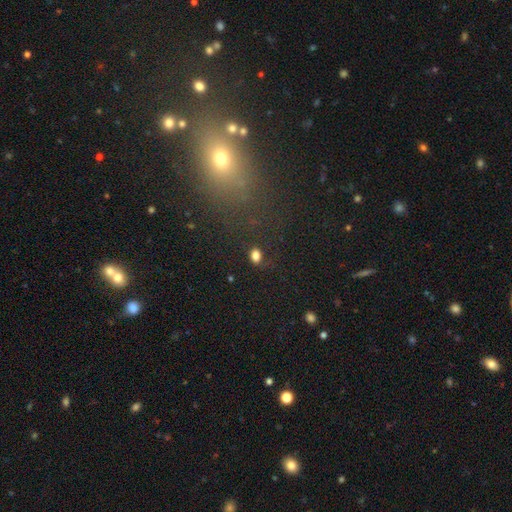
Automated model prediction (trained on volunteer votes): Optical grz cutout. It shows a smooth galaxy with no disk features (81%) that is in between round and cigar-shaped (71%). Merging: none (78%).